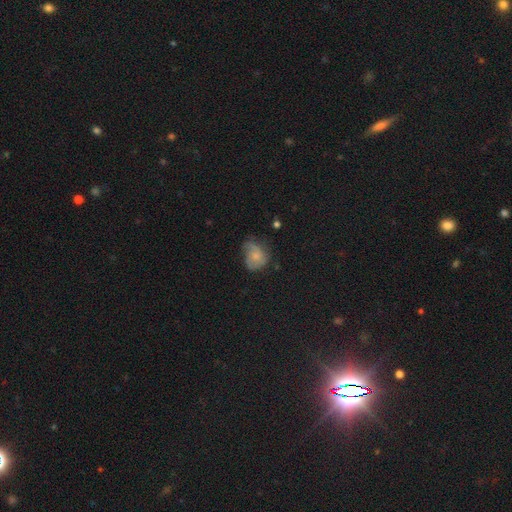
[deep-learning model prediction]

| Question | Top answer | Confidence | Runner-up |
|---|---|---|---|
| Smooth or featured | smooth | 50% | featured or disk (41%) |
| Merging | none | 39% | minor disturbance (33%) |